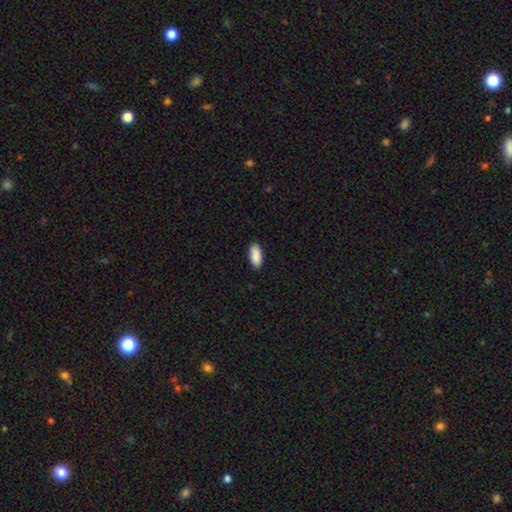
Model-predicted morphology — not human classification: smooth 91%, star or artifact 6%, featured or disk 3%. Down the decision tree: how rounded — in between (89%); merging — none (88%).